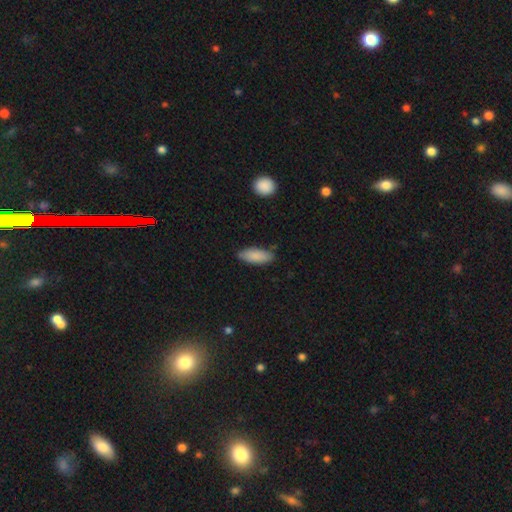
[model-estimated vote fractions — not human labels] Smooth or featured?
  - smooth: 86% *
  - featured or disk: 8%
  - star or artifact: 6%
How rounded?
  - in between: 74% *
  - cigar-shaped: 25%
  - round: 2%
Merging?
  - none: 79% *
  - minor disturbance: 16%
  - major disturbance: 3%
  - merger: 2%